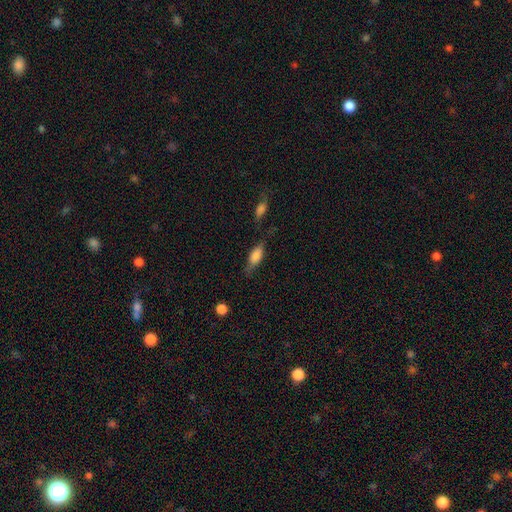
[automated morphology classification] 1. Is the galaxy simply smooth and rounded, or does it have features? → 78% smooth, 15% featured or disk, 8% star or artifact.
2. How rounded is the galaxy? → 78% in between, 19% cigar-shaped, 3% round.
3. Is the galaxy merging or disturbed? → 52% none, 23% minor disturbance, 13% merger, 11% major disturbance.